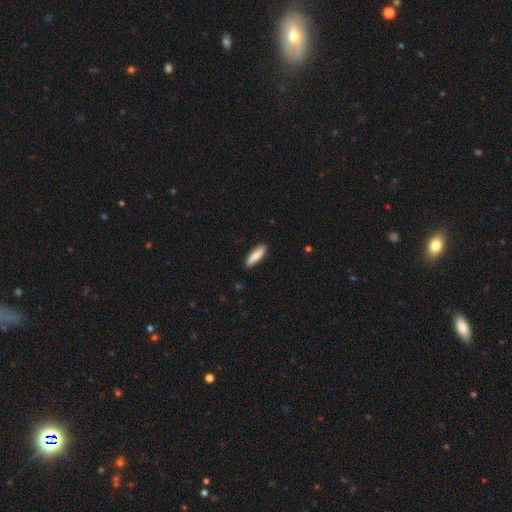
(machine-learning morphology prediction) Smooth or featured?
  - smooth: 83% *
  - featured or disk: 11%
  - star or artifact: 6%
How rounded?
  - cigar-shaped: 69% *
  - in between: 29%
  - round: 1%
Merging?
  - none: 88% *
  - minor disturbance: 9%
  - major disturbance: 2%
  - merger: 1%